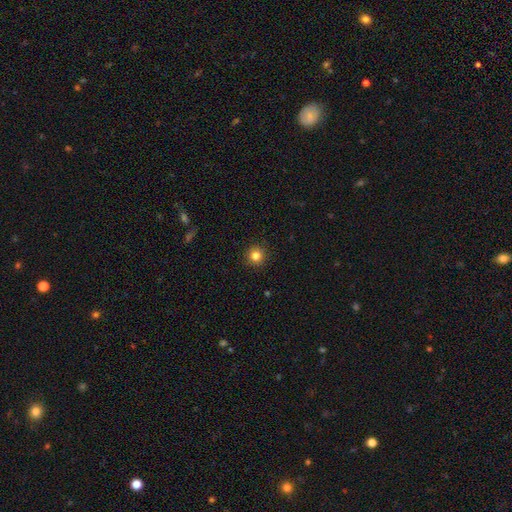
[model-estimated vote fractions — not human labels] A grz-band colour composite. It shows a smooth galaxy with no disk features (83%) that is round (95%). Merging: none (92%).